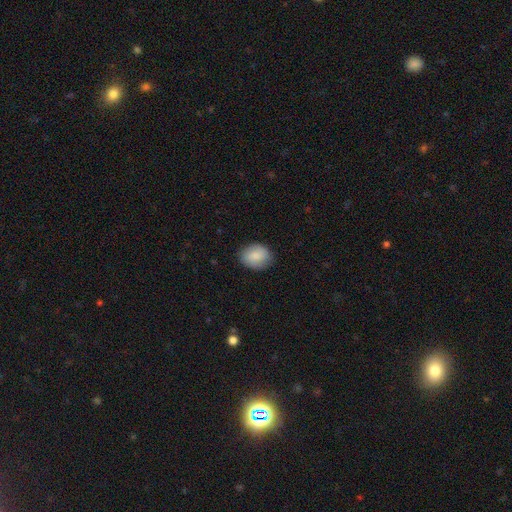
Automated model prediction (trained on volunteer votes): smooth 86%, featured or disk 7%, star or artifact 7%. Down the decision tree: how rounded — in between (60%); merging — none (85%).